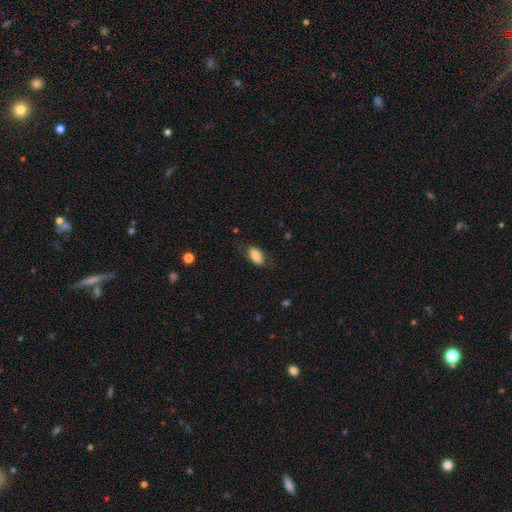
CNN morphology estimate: smooth 81%, featured or disk 12%, star or artifact 7%. Down the decision tree: how rounded — in between (91%); merging — none (74%).